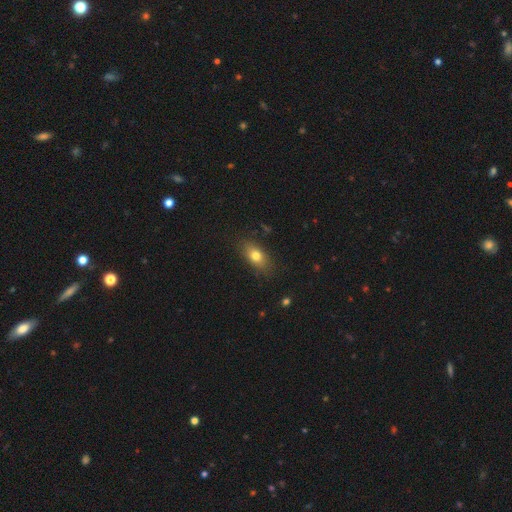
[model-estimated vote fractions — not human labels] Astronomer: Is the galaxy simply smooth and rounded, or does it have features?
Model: smooth — 76%.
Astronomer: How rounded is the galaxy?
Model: in between — 81%.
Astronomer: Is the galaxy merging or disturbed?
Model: none — 82%.